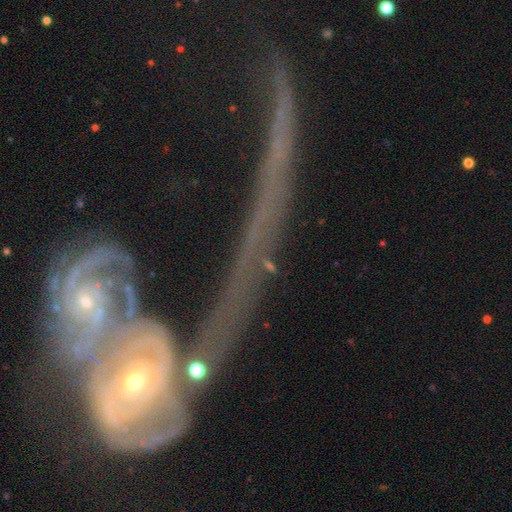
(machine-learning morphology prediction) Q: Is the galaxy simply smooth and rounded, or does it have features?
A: featured or disk — 78%.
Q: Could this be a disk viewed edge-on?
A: no — 81%.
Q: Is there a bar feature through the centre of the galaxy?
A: no — 59%.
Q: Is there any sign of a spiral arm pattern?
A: yes — 78%.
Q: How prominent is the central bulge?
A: small — 59%.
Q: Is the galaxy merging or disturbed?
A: merger — 57%.